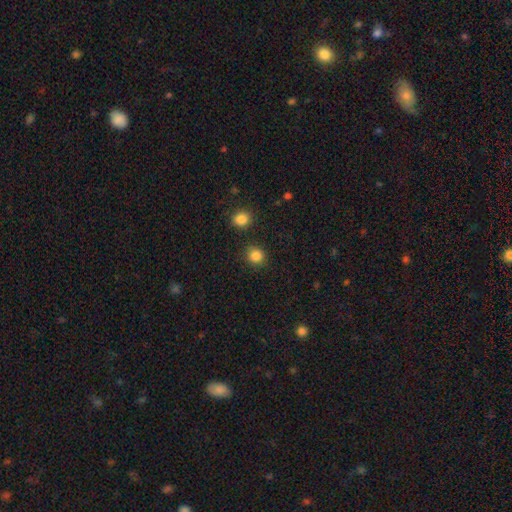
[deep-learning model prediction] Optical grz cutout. It shows a smooth galaxy with no disk features (85%) that is round (87%). Merging: none (88%).